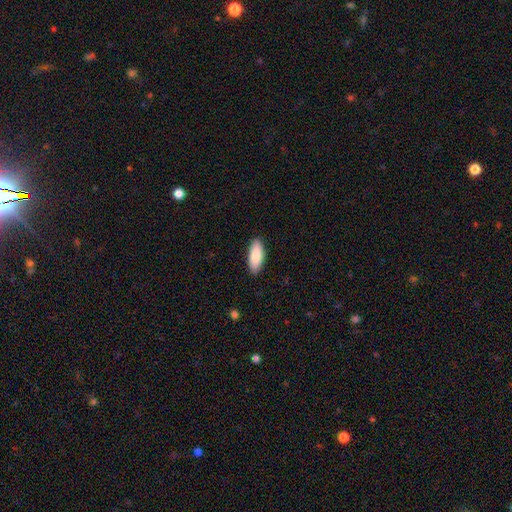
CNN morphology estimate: This appears to be a smooth galaxy with no disk features (88%) that is in between round and cigar-shaped (82%). Merging: none (89%).